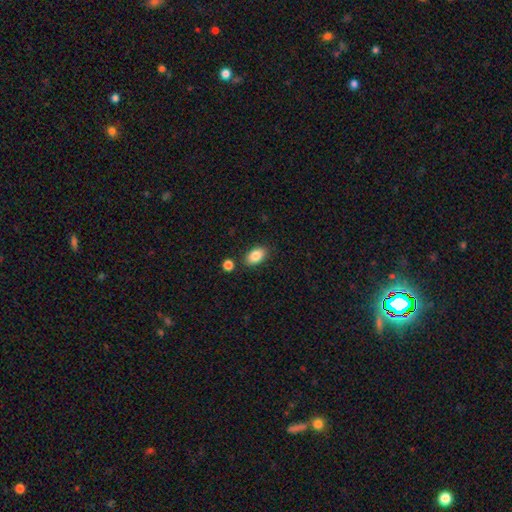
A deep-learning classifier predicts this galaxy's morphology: type=smooth (85%); roundness=in between (90%); merging=none (84%).